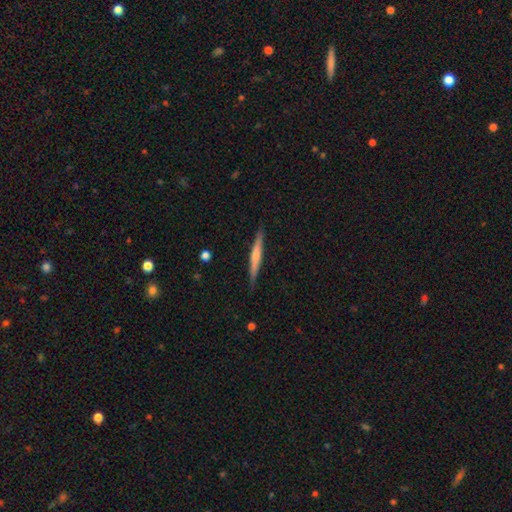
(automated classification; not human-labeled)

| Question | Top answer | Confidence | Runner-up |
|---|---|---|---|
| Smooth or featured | smooth | 49% | featured or disk (46%) |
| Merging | none | 88% | minor disturbance (9%) |